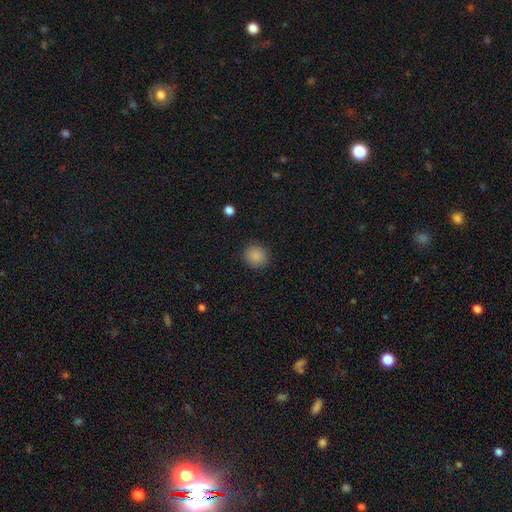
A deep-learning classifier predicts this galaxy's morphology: Smooth or featured: smooth — 88% (star or artifact — 9%)
How rounded: round — 86% (in between — 13%)
Merging: none — 89% (minor disturbance — 7%)